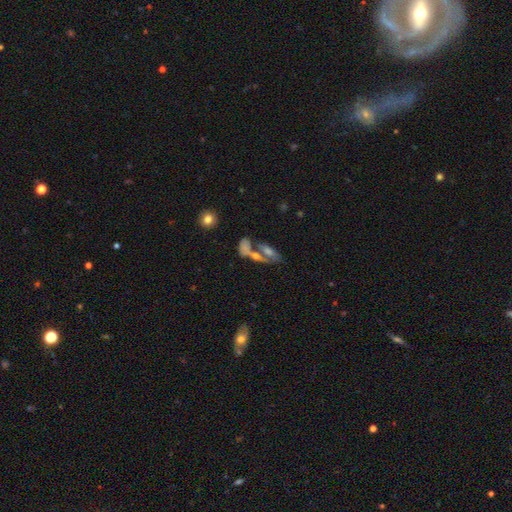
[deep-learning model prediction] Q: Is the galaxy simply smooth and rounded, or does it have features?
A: smooth — 49%.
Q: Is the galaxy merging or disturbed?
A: merger — 57%.